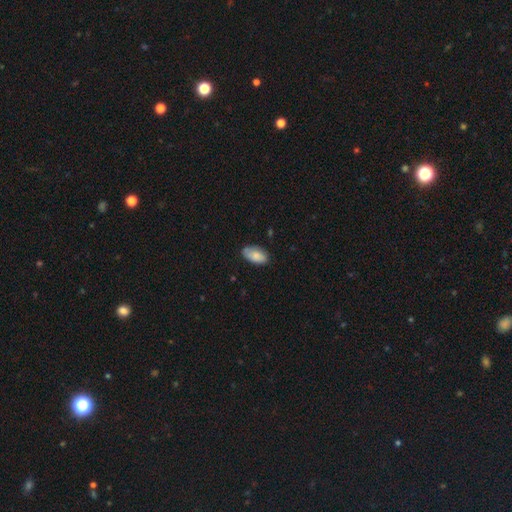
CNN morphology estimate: Smooth or featured?
  - smooth: 79% *
  - featured or disk: 14%
  - star or artifact: 6%
How rounded?
  - in between: 94% *
  - round: 3%
  - cigar-shaped: 3%
Merging?
  - none: 72% *
  - minor disturbance: 22%
  - major disturbance: 4%
  - merger: 2%